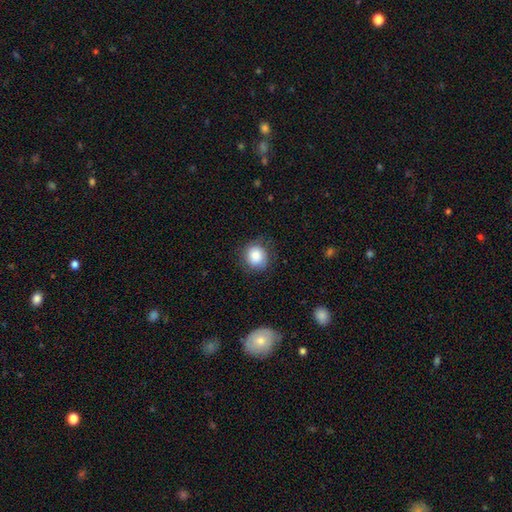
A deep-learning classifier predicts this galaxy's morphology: smooth 81%, featured or disk 11%, star or artifact 8%. Down the decision tree: how rounded — round (85%); merging — none (77%).